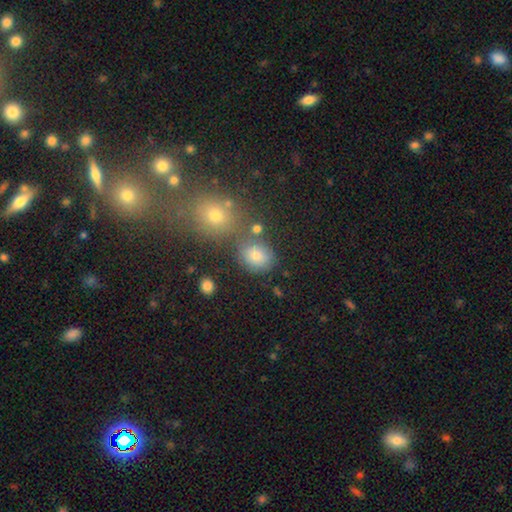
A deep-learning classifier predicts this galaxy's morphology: type=smooth (74%); roundness=round (53%); merging=none (63%).